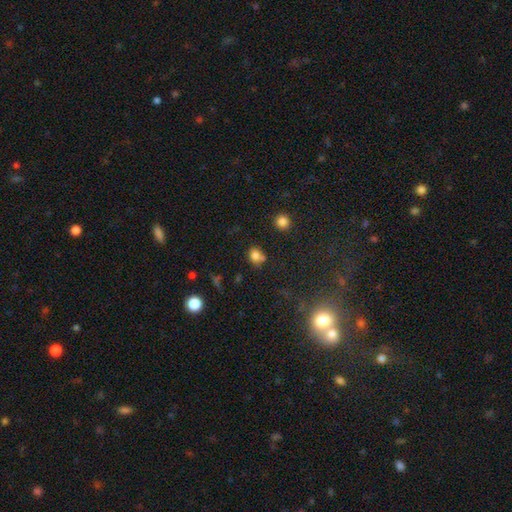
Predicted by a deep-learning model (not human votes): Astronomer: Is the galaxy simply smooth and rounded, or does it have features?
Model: smooth — 75%.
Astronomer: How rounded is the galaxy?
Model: round — 63%.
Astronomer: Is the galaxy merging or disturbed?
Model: none — 53%.